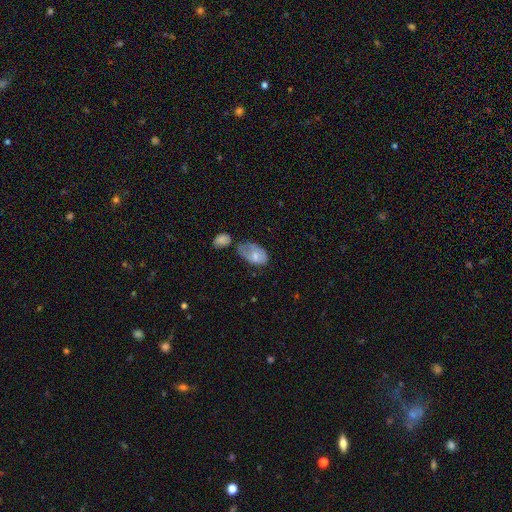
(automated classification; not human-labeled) A smooth galaxy with no disk features (65%) that is in between round and cigar-shaped (91%). Merging: minor disturbance (33%).